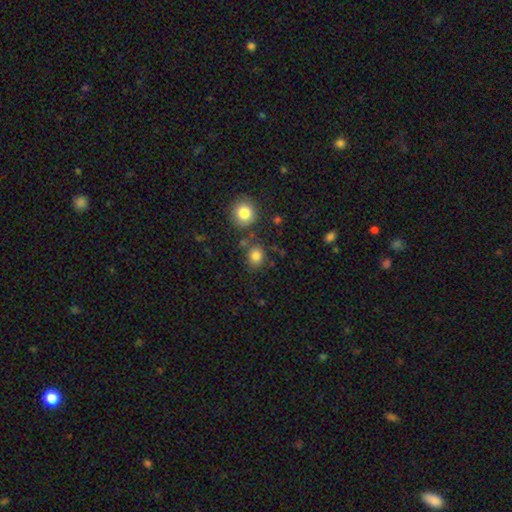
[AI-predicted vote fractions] Q: Smooth or featured?
A: smooth (83%); runner-up: star or artifact (11%)
Q: How rounded?
A: round (71%); runner-up: in between (28%)
Q: Merging?
A: none (72%); runner-up: minor disturbance (13%)